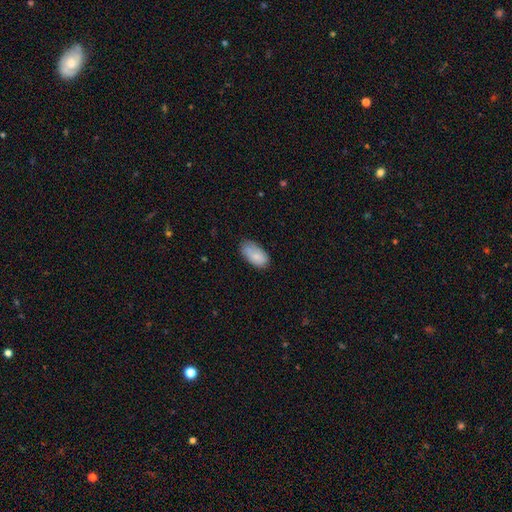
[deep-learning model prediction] Smooth or featured: smooth — 81% (featured or disk — 12%)
How rounded: in between — 94% (round — 3%)
Merging: none — 64% (minor disturbance — 27%)